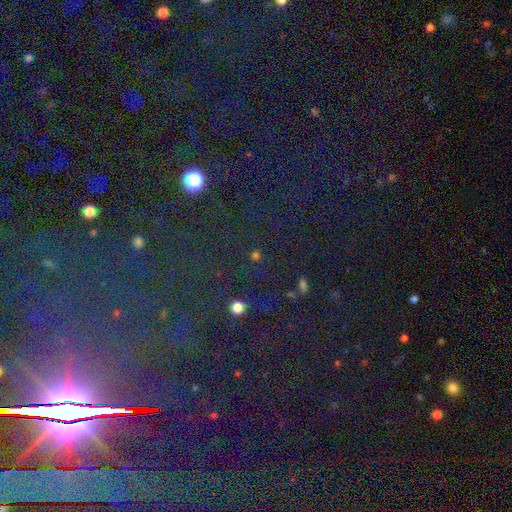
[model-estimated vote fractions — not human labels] The model was most divided on "smooth or featured": star or artifact: 53%, smooth: 39%, featured or disk: 8%.